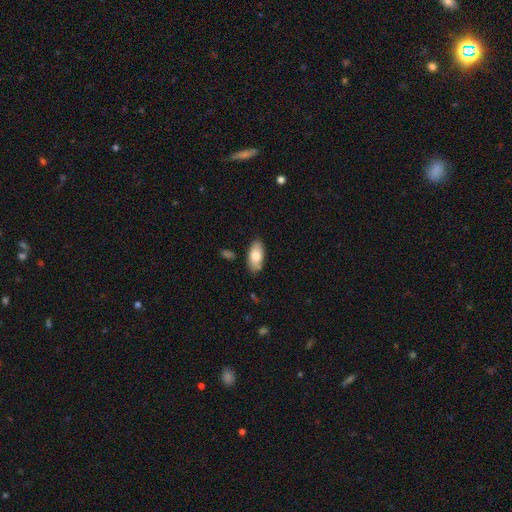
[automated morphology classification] smooth_or_featured: smooth (p=0.81) [alt: featured or disk p=0.13]
how_rounded: in between (p=0.93) [alt: cigar-shaped p=0.05]
merging: none (p=0.80) [alt: minor disturbance p=0.15]